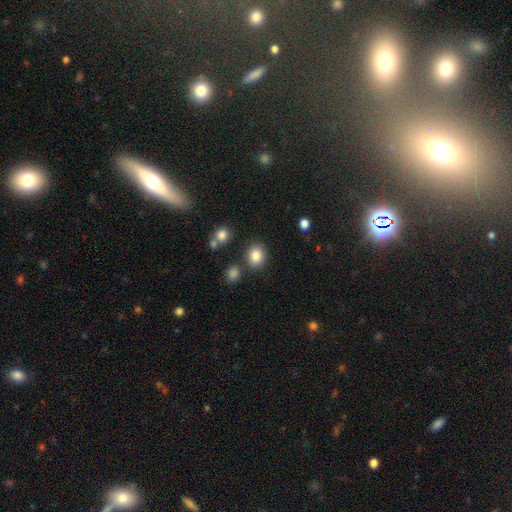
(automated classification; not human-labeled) This appears to be a smooth galaxy with no disk features (85%) that is round (64%). Merging: none (80%).